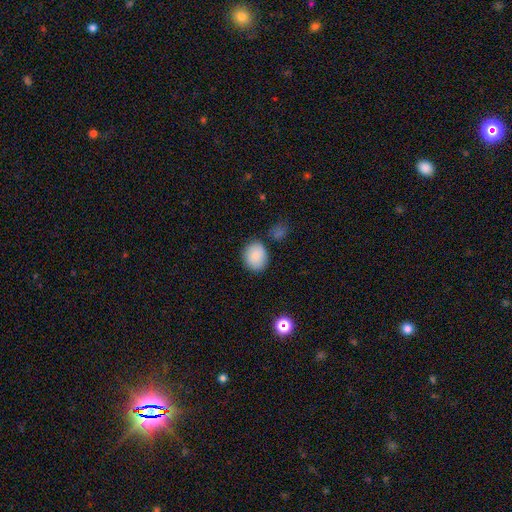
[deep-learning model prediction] smooth 88%, star or artifact 7%, featured or disk 5%. Down the decision tree: how rounded — round (54%); merging — none (76%).